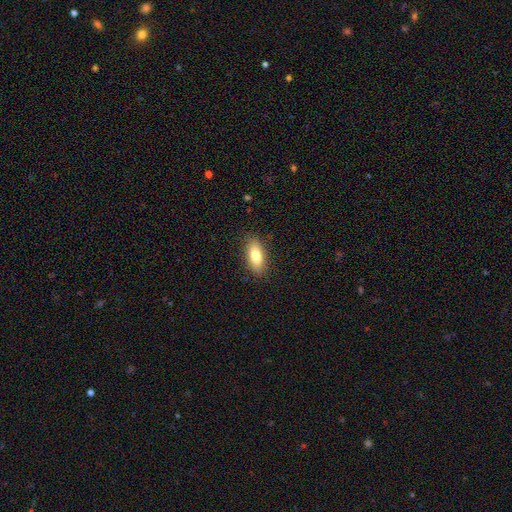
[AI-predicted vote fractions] This appears to be a smooth galaxy with no disk features (79%) that is in between round and cigar-shaped (80%). Merging: none (87%).